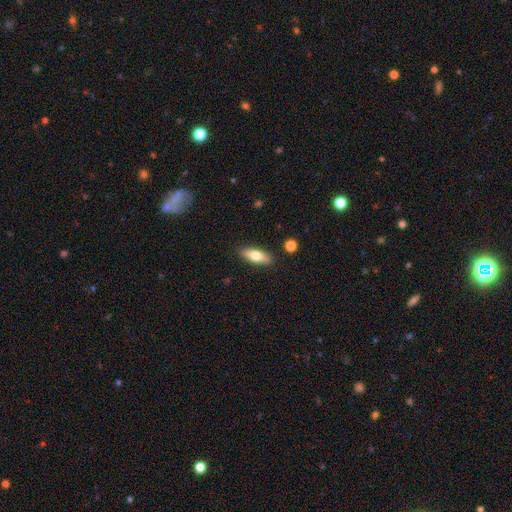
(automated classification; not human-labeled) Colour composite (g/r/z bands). It shows a smooth galaxy with no disk features (68%) that is in between round and cigar-shaped (61%). Merging: none (88%).